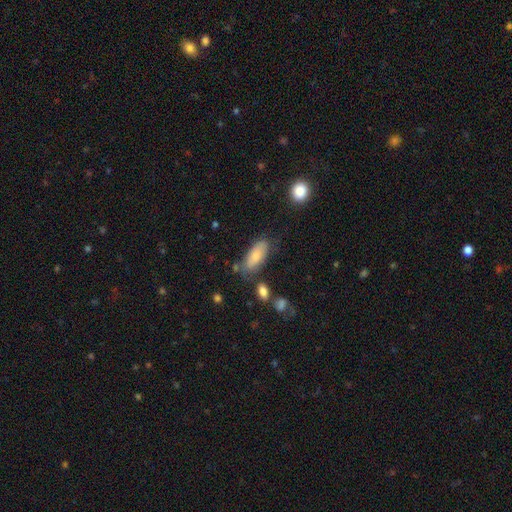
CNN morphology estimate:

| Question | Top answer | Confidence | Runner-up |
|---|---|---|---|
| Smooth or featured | smooth | 79% | featured or disk (15%) |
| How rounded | in between | 82% | cigar-shaped (16%) |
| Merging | none | 64% | minor disturbance (23%) |